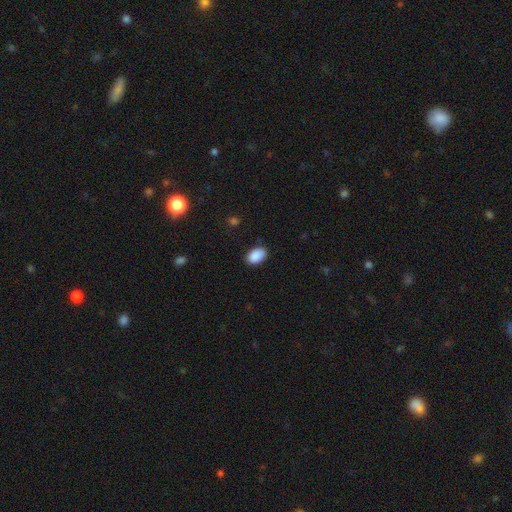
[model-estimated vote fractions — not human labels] smooth-or-featured: smooth: 90% | star or artifact: 7% | featured or disk: 3%
  how-rounded: in between: 91% | round: 8% | cigar-shaped: 1%
  merging: none: 83% | minor disturbance: 13% | major disturbance: 2% | merger: 1%